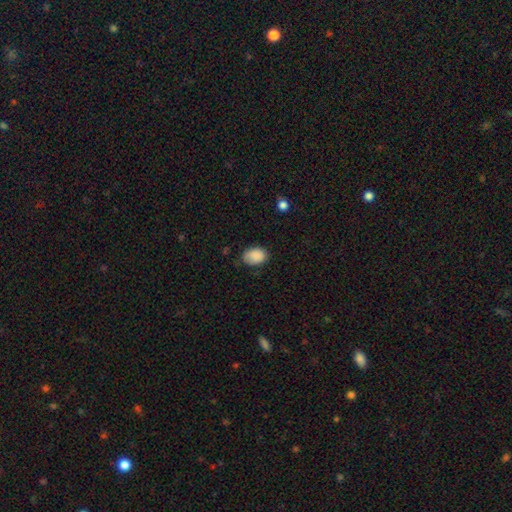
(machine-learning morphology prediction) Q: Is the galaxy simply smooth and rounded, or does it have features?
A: smooth — 88%.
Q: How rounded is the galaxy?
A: in between — 78%.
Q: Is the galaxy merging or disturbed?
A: none — 68%.